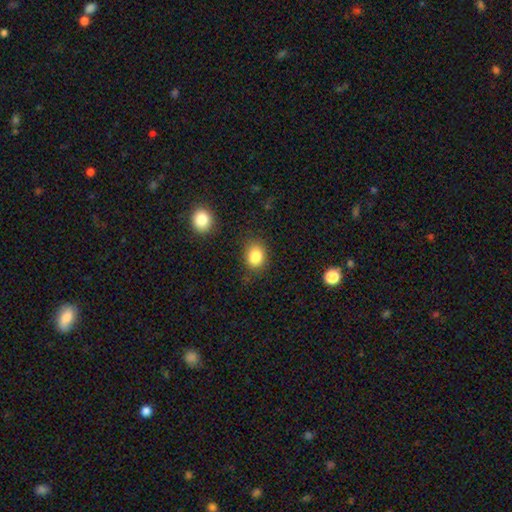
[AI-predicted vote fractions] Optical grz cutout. It shows a smooth galaxy with no disk features (86%) that is in between round and cigar-shaped (54%). Merging: none (79%).